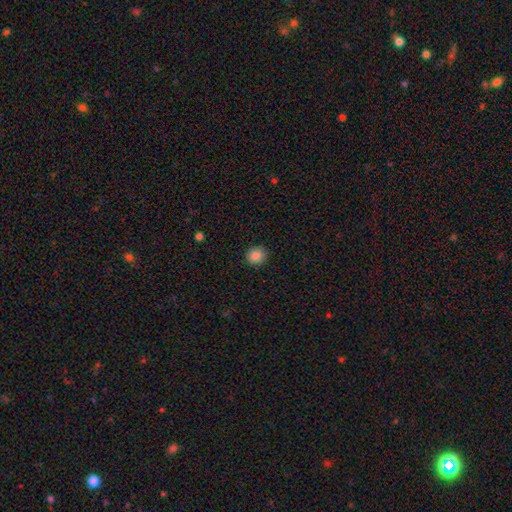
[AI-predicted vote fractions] Smooth or featured: smooth — 86% (star or artifact — 10%)
How rounded: round — 86% (in between — 13%)
Merging: none — 91% (minor disturbance — 6%)